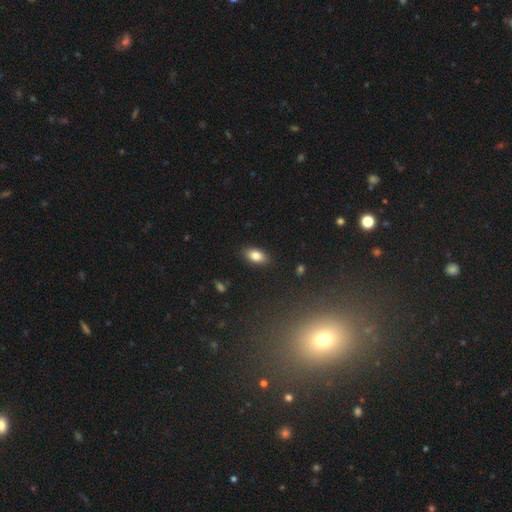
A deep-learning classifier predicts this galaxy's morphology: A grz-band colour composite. It shows a smooth galaxy with no disk features (82%) that is in between round and cigar-shaped (91%). Merging: none (88%).